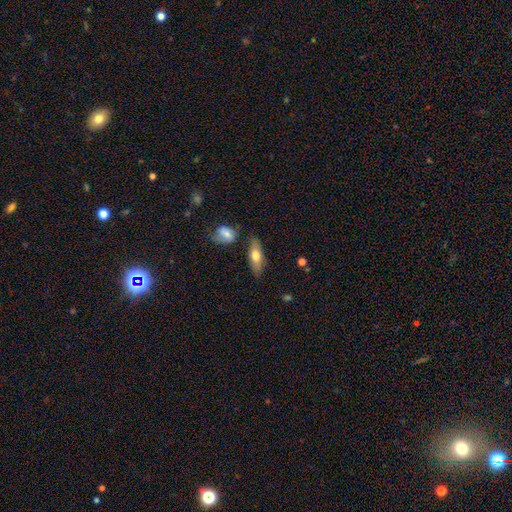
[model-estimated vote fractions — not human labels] smooth_or_featured: smooth (p=0.65) [alt: featured or disk p=0.29]
how_rounded: in between (p=0.67) [alt: cigar-shaped p=0.30]
merging: none (p=0.74) [alt: minor disturbance p=0.16]